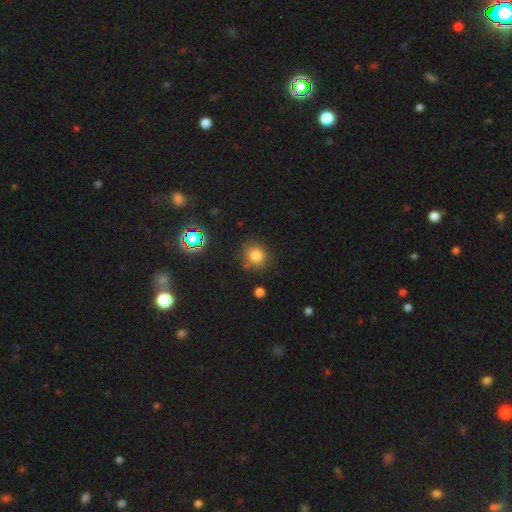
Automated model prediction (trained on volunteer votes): smooth_or_featured: smooth (p=0.79) [alt: star or artifact p=0.15]
how_rounded: round (p=0.85) [alt: in between p=0.14]
merging: none (p=0.81) [alt: minor disturbance p=0.12]